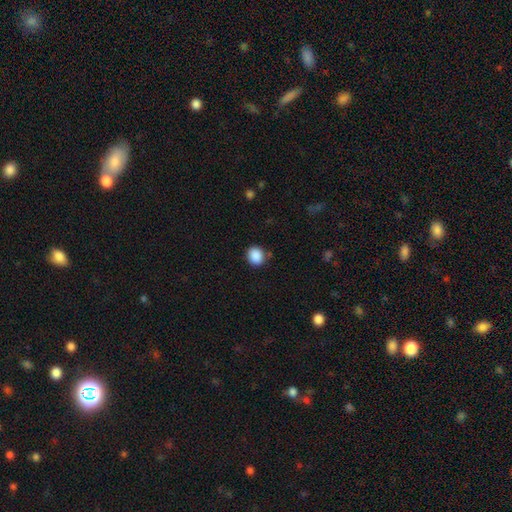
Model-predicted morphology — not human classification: Smooth or featured? smooth (89%)
How rounded? round (78%)
Merging? none (83%)